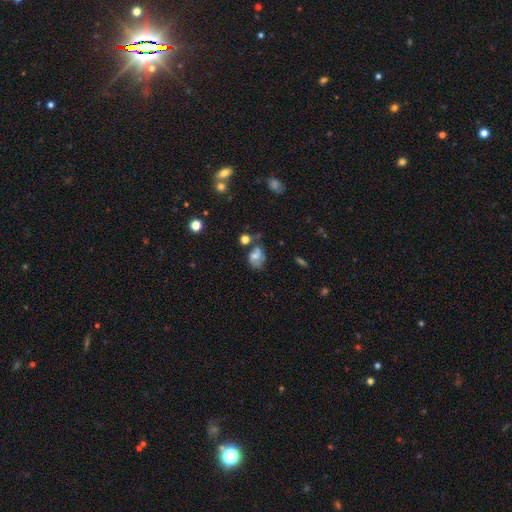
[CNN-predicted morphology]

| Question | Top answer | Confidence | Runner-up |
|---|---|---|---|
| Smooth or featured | smooth | 51% | featured or disk (35%) |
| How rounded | in between | 63% | round (35%) |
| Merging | none | 36% | minor disturbance (27%) |